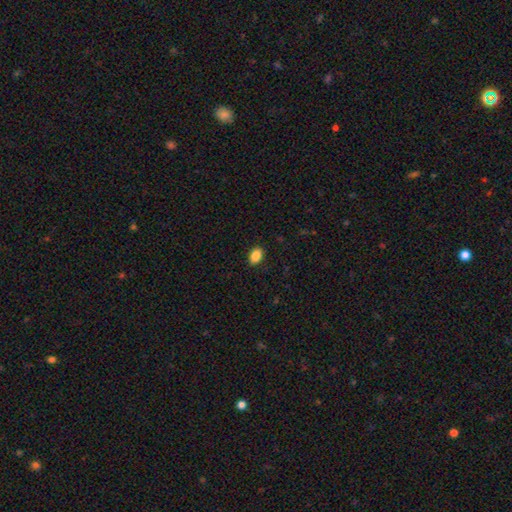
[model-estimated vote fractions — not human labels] Smooth or featured? Predicted: smooth (p=0.88). How rounded? Predicted: in between (p=0.85). Merging? Predicted: none (p=0.89).